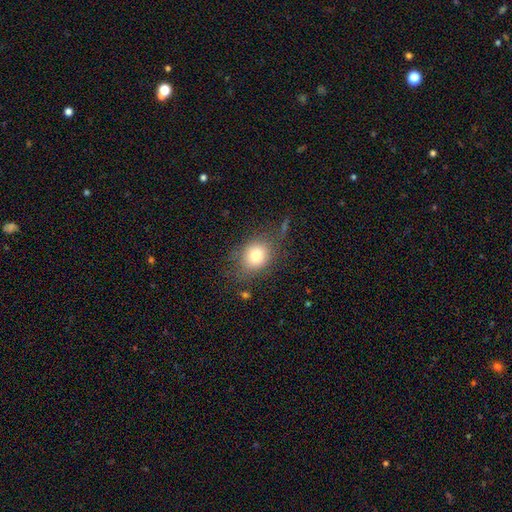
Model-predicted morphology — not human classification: Smooth or featured: smooth — 76% (featured or disk — 13%)
How rounded: round — 53% (in between — 46%)
Merging: none — 69% (minor disturbance — 18%)